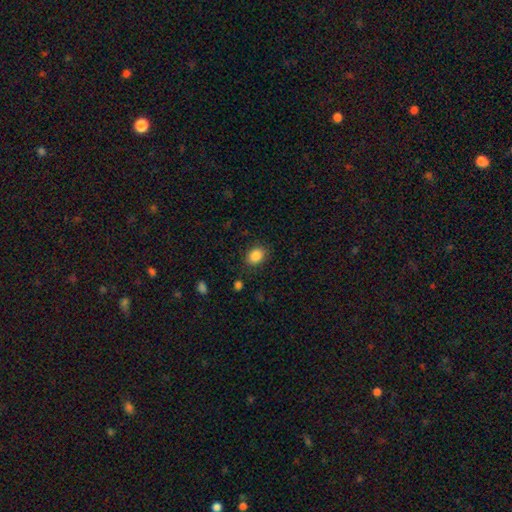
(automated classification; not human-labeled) Smooth or featured?
  - smooth: 87% *
  - star or artifact: 9%
  - featured or disk: 4%
How rounded?
  - in between: 66% *
  - round: 33%
  - cigar-shaped: 1%
Merging?
  - none: 84% *
  - minor disturbance: 11%
  - major disturbance: 3%
  - merger: 2%